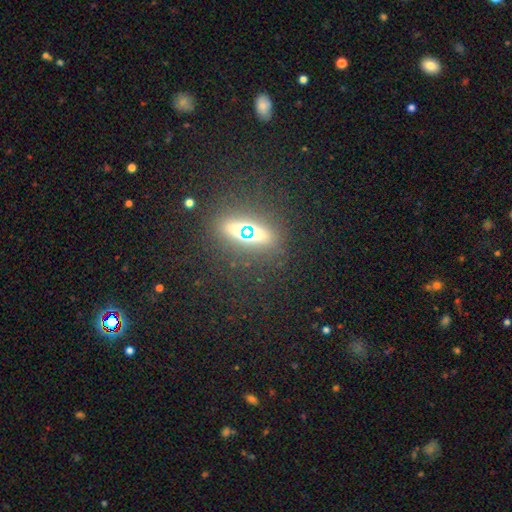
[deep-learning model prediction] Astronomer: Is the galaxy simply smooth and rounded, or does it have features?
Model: featured or disk — 39%, tied with smooth at 39%.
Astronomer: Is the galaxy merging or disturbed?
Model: none — 74%.